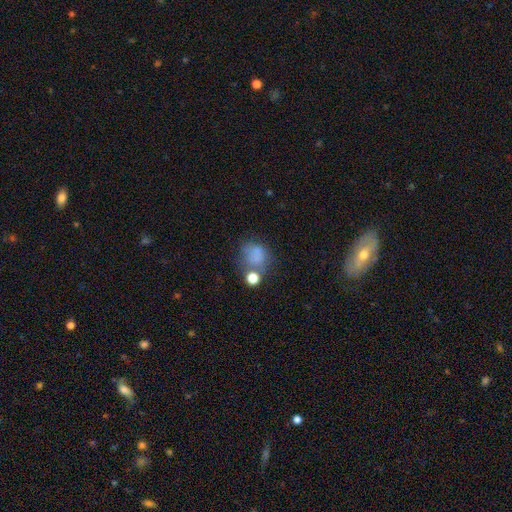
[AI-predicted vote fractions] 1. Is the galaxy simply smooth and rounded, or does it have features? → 71% smooth, 15% star or artifact, 14% featured or disk.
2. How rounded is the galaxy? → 74% round, 25% in between, 1% cigar-shaped.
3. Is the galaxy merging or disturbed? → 46% none, 19% merger, 19% minor disturbance, 15% major disturbance.